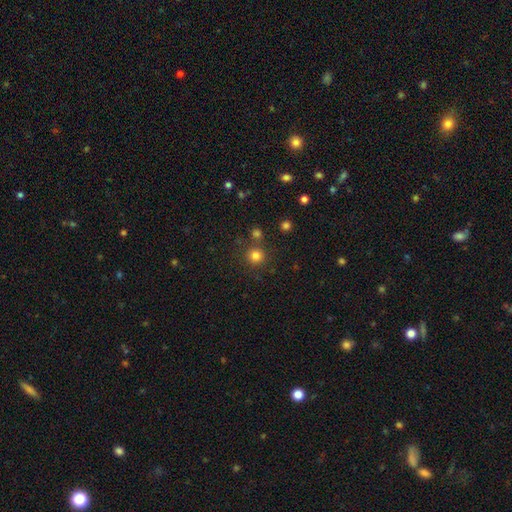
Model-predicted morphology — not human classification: type=smooth (80%); roundness=round (93%); merging=none (79%).